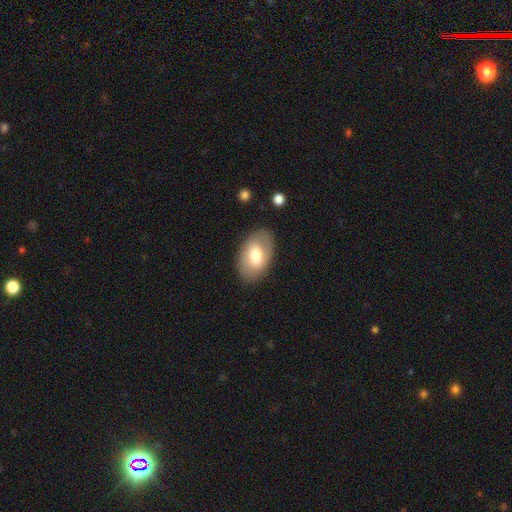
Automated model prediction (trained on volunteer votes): smooth_or_featured: smooth (p=0.65) [alt: featured or disk p=0.29]
how_rounded: in between (p=0.91) [alt: round p=0.07]
merging: none (p=0.84) [alt: minor disturbance p=0.11]